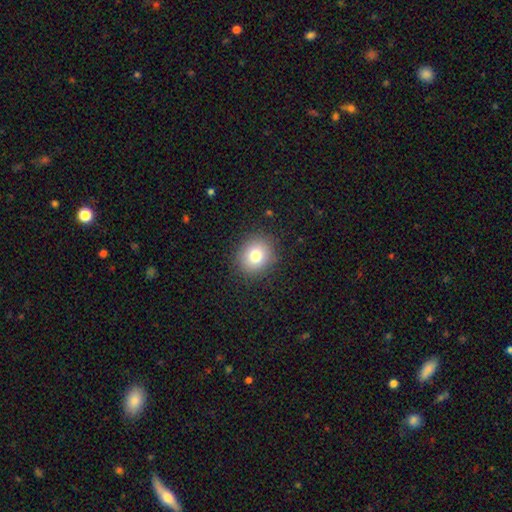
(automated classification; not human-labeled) Smooth or featured?
  - smooth: 77% *
  - star or artifact: 12%
  - featured or disk: 11%
How rounded?
  - round: 76% *
  - in between: 23%
  - cigar-shaped: 1%
Merging?
  - none: 88% *
  - minor disturbance: 8%
  - major disturbance: 3%
  - merger: 1%